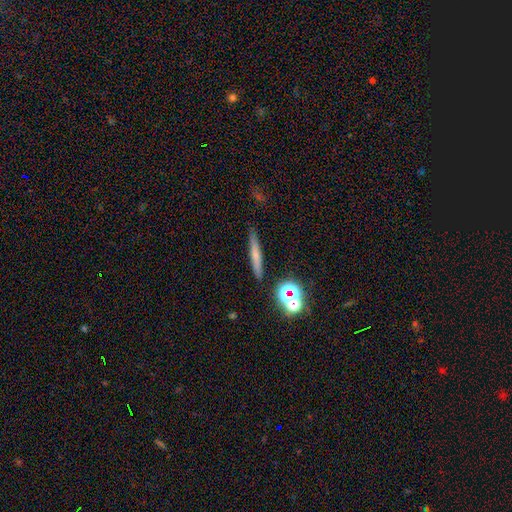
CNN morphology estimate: Q: Smooth or featured?
A: smooth (61%); runner-up: featured or disk (26%)
Q: How rounded?
A: cigar-shaped (90%); runner-up: in between (6%)
Q: Merging?
A: none (86%); runner-up: minor disturbance (9%)